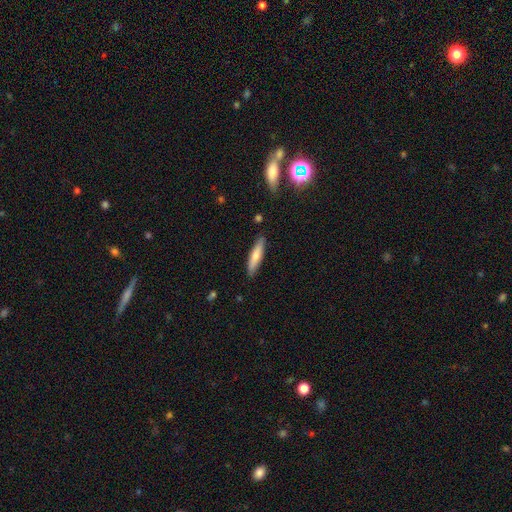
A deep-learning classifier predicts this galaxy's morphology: This is likely a smooth galaxy (69%). How rounded: likely cigar-shaped (80%). Merging: clearly none (87%).